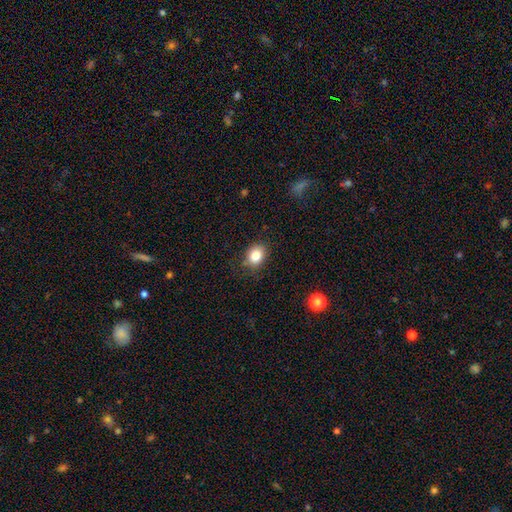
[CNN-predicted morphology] Smooth or featured? Predicted: smooth (p=0.83). How rounded? Predicted: in between (p=0.52). Merging? Predicted: none (p=0.78).